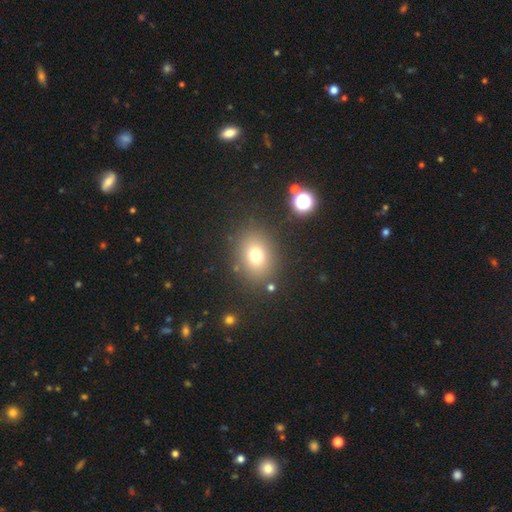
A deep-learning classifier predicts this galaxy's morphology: A smooth galaxy with no disk features (74%) that is in between round and cigar-shaped (51%).

Vote fractions:
- Smooth or featured? smooth: 74% / star or artifact: 15% / featured or disk: 10%
- How rounded? in between: 51% / round: 48% / cigar-shaped: 1%
- Merging? none: 83% / minor disturbance: 9% / major disturbance: 4% / merger: 3%